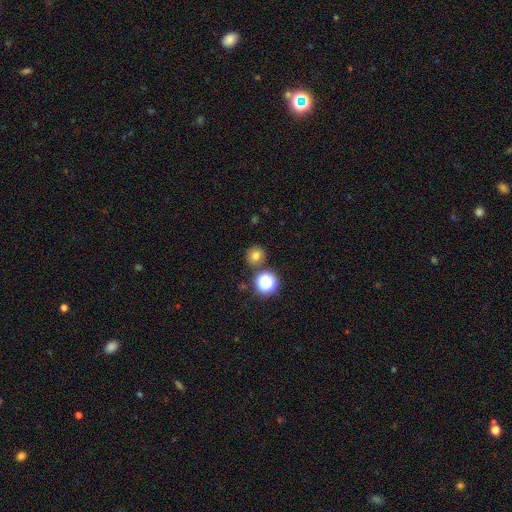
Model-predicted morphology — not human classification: This appears to be a smooth galaxy with no disk features (72%) that is round (85%). Merging: none (81%).